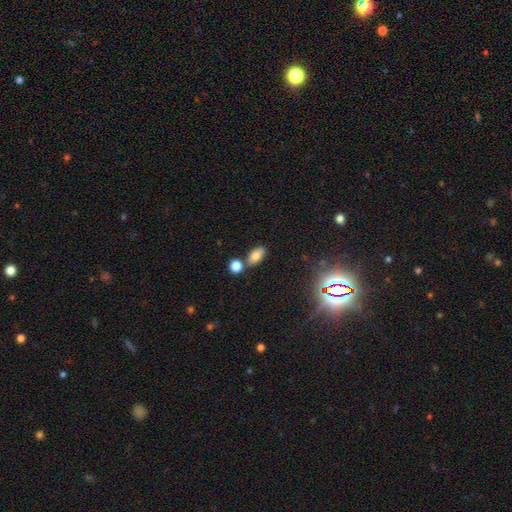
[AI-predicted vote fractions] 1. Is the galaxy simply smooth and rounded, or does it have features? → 77% smooth, 12% star or artifact, 11% featured or disk.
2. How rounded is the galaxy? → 88% in between, 8% round, 4% cigar-shaped.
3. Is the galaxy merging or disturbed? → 71% none, 15% merger, 11% minor disturbance, 3% major disturbance.